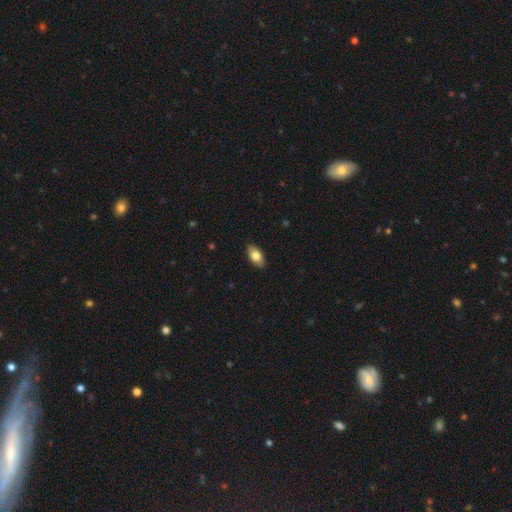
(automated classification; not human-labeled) This is likely a smooth galaxy (78%). How rounded: clearly in between (93%). Merging: clearly none (88%).